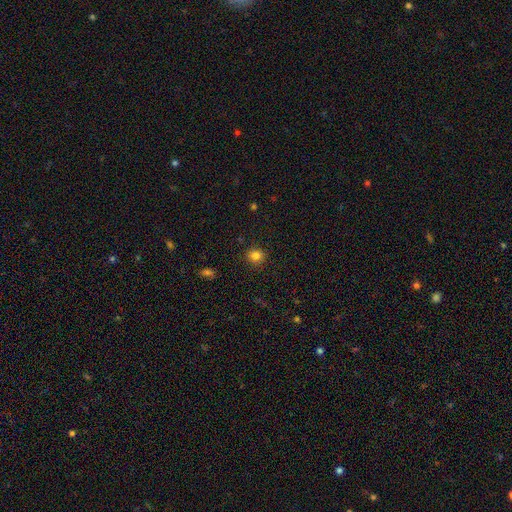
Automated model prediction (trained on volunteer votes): A smooth galaxy with no disk features (82%) that is round (80%).

Vote fractions:
- Smooth or featured? smooth: 82% / star or artifact: 13% / featured or disk: 5%
- How rounded? round: 80% / in between: 19% / cigar-shaped: 1%
- Merging? none: 89% / minor disturbance: 8% / major disturbance: 2% / merger: 1%